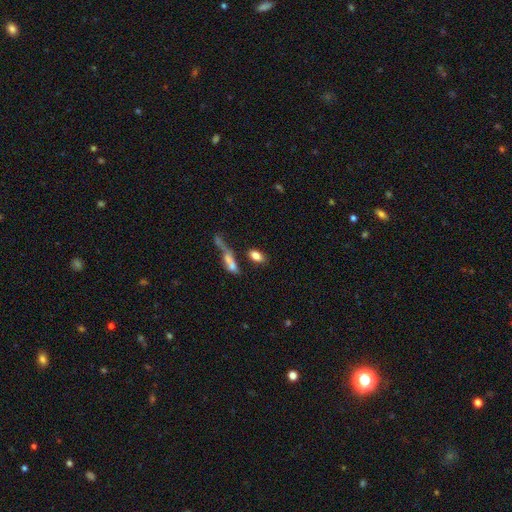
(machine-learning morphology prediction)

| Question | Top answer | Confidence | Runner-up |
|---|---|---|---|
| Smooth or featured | smooth | 80% | featured or disk (11%) |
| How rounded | in between | 88% | cigar-shaped (7%) |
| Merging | none | 59% | merger (22%) |